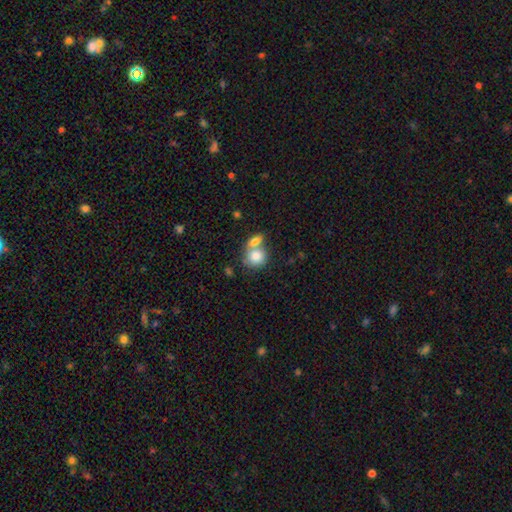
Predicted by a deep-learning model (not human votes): A smooth galaxy with no disk features (81%) that is round (64%).

Vote fractions:
- Smooth or featured? smooth: 81% / featured or disk: 12% / star or artifact: 7%
- How rounded? round: 64% / in between: 35% / cigar-shaped: 1%
- Merging? merger: 58% / none: 30% / minor disturbance: 8% / major disturbance: 4%